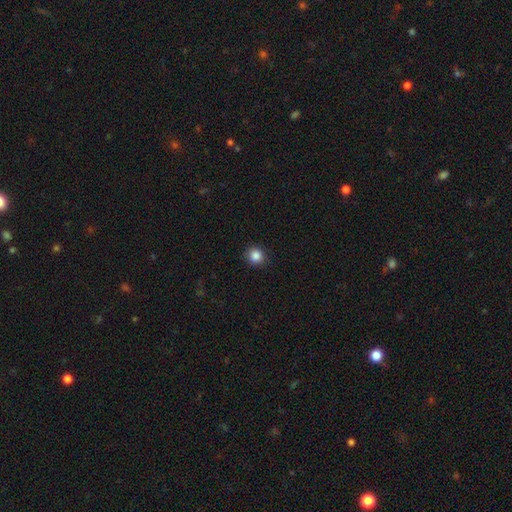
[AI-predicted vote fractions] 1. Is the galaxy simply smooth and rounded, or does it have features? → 86% smooth, 10% star or artifact, 4% featured or disk.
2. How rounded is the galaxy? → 90% round, 9% in between, 1% cigar-shaped.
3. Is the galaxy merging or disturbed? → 90% none, 8% minor disturbance, 2% major disturbance, 1% merger.